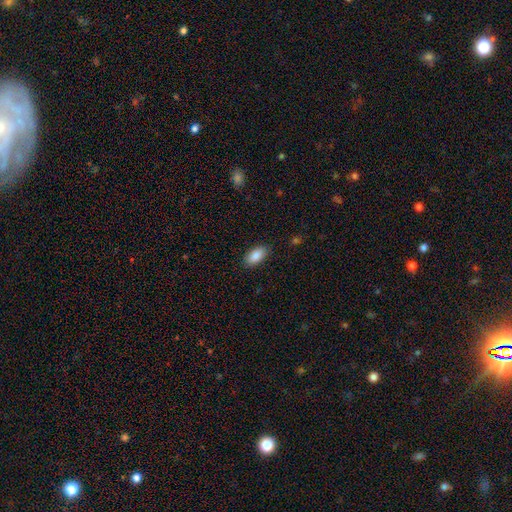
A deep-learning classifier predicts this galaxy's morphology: Smooth or featured?
  - smooth: 87% *
  - star or artifact: 7%
  - featured or disk: 6%
How rounded?
  - in between: 94% *
  - cigar-shaped: 4%
  - round: 3%
Merging?
  - none: 87% *
  - minor disturbance: 10%
  - major disturbance: 2%
  - merger: 1%